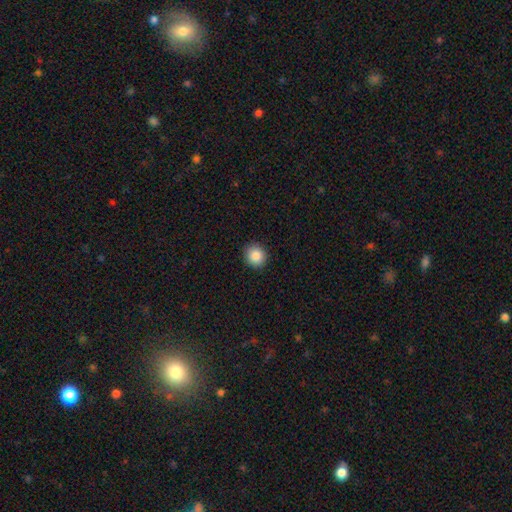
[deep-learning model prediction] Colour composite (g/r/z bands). It shows a smooth galaxy with no disk features (87%) that is round (88%). Merging: none (92%).